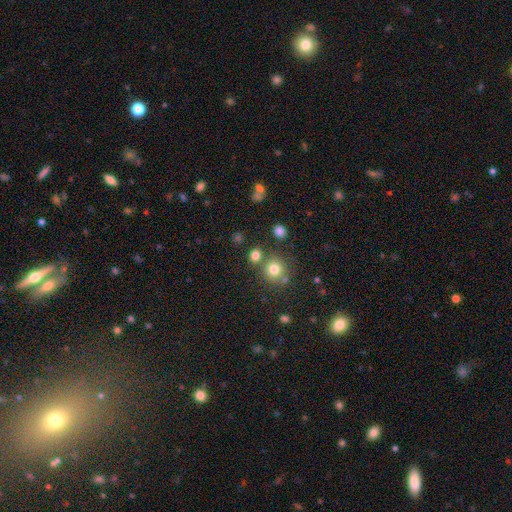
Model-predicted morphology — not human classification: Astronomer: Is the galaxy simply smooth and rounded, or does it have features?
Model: smooth — 77%.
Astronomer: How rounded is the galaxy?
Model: round — 82%.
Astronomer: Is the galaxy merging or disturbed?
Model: none — 71%.